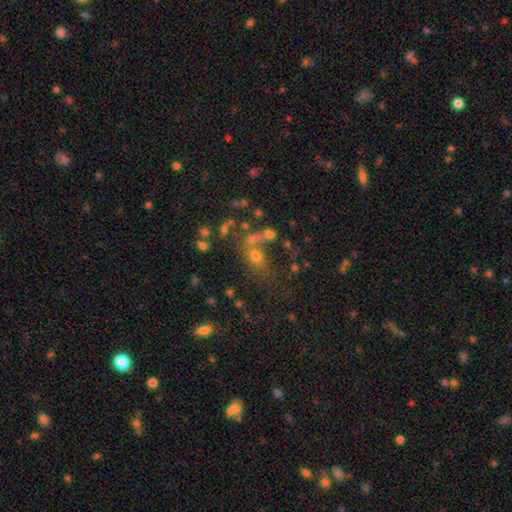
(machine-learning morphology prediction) Smooth or featured: smooth — 54% (star or artifact — 27%)
How rounded: in between — 49% (round — 48%)
Merging: none — 43% (merger — 33%)